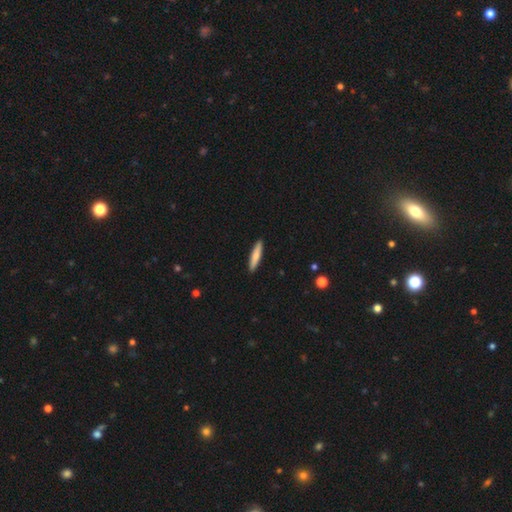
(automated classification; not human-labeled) smooth-or-featured: smooth: 77% | featured or disk: 18% | star or artifact: 5%
  how-rounded: cigar-shaped: 88% | in between: 11% | round: 1%
  merging: none: 92% | minor disturbance: 6% | major disturbance: 1% | merger: 1%